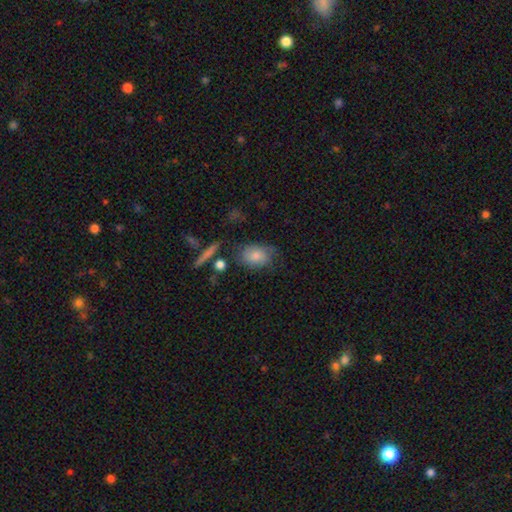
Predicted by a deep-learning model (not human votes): The model was most divided on "merging": none: 61%, minor disturbance: 24%, major disturbance: 10%, merger: 5%. More confident: smooth or featured — smooth (79%); how rounded — in between (75%).